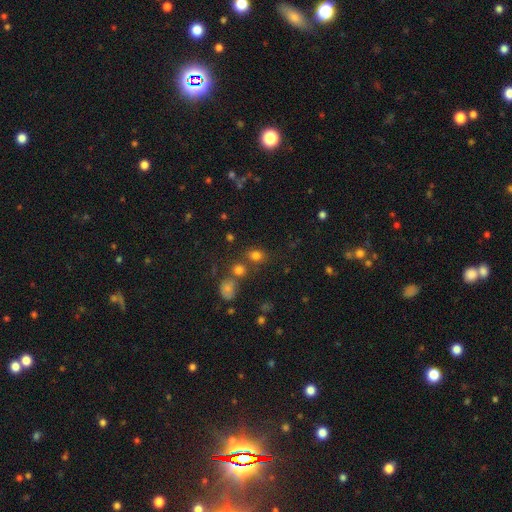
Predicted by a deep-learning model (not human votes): Smooth or featured? smooth (75%)
How rounded? round (56%)
Merging? none (65%)